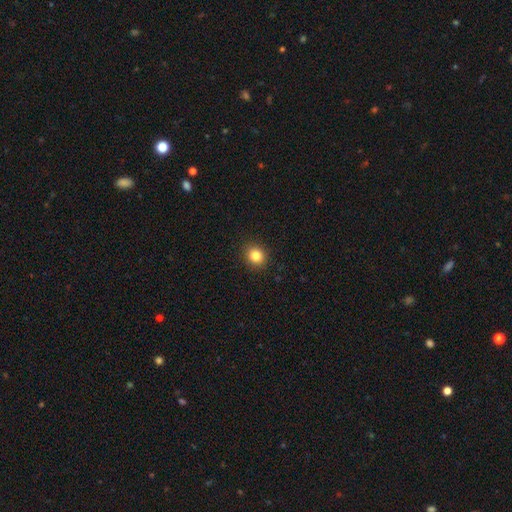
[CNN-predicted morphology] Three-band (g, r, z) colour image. It shows a smooth galaxy with no disk features (83%) that is round (79%). Merging: none (91%).